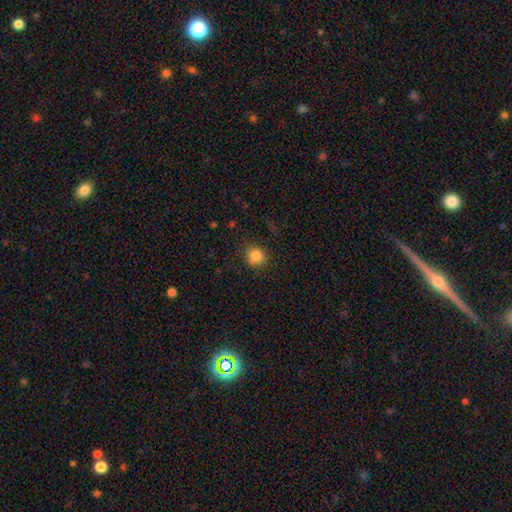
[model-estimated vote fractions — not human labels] Smooth or featured: smooth — 84% (star or artifact — 11%)
How rounded: round — 87% (in between — 13%)
Merging: none — 80% (minor disturbance — 14%)